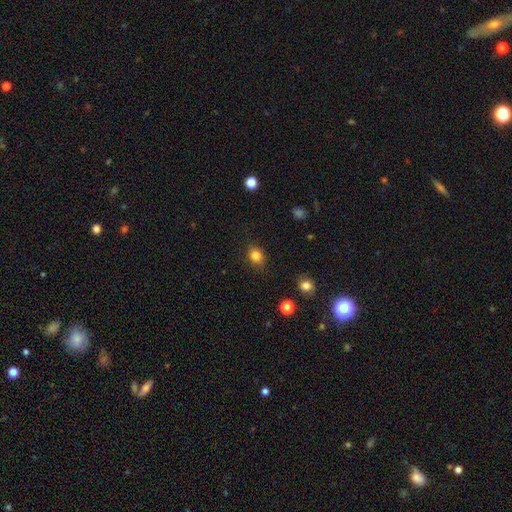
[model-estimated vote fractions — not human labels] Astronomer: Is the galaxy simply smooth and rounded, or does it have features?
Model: smooth — 83%.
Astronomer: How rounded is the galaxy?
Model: round — 55% (runner-up: in between, 44%).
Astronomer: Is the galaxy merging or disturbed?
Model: none — 83%.